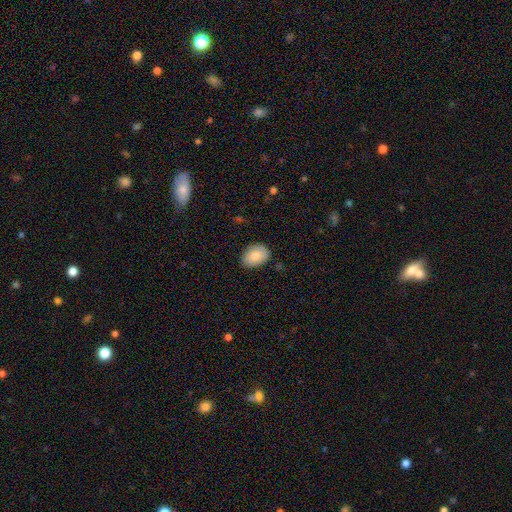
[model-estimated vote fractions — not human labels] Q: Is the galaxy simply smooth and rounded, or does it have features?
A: smooth — 84%.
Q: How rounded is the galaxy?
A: in between — 81%.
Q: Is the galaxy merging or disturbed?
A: none — 82%.